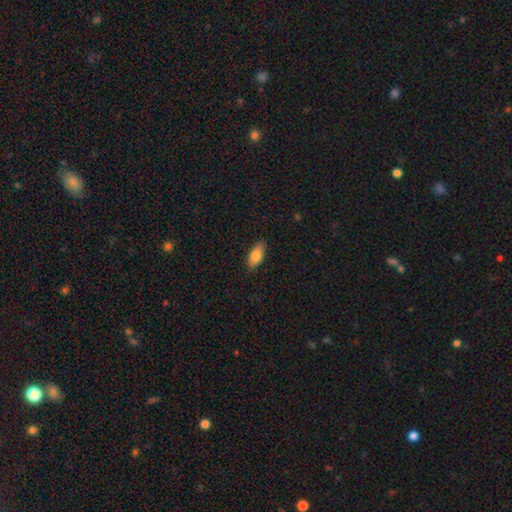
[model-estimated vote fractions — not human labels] A smooth galaxy with no disk features (80%) that is in between round and cigar-shaped (86%). Merging: none (84%).